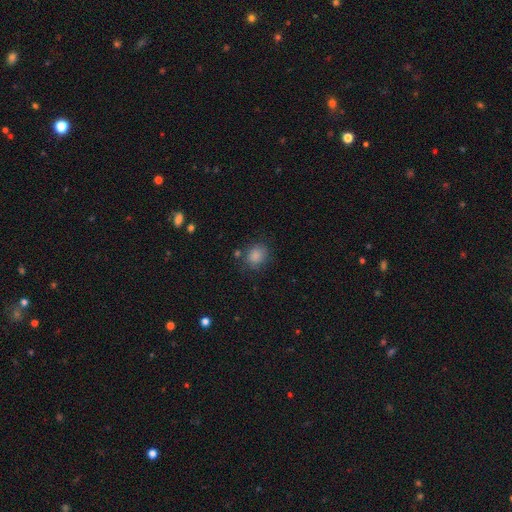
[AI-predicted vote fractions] Overall: smooth (85%). How rounded: round (67%; in between 32%). Merging: none (75%).